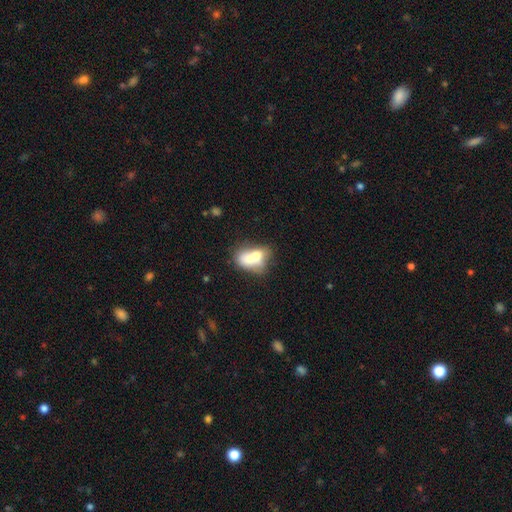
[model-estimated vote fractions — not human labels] Q: Smooth or featured?
A: smooth (63%); runner-up: featured or disk (28%)
Q: How rounded?
A: in between (76%); runner-up: round (20%)
Q: Merging?
A: merger (56%); runner-up: none (21%)